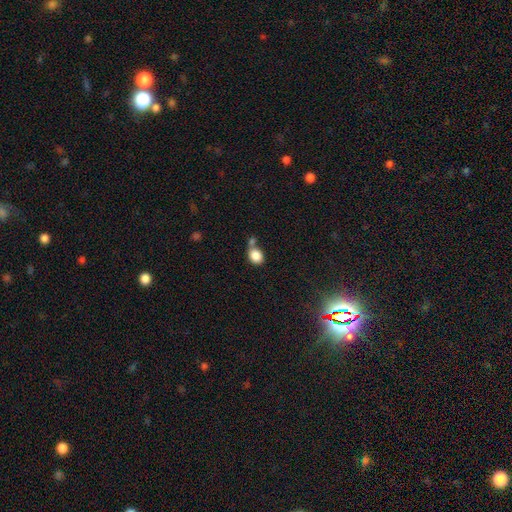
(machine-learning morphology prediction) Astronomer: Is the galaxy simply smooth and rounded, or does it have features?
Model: smooth — 85%.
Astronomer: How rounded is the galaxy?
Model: round — 55% (runner-up: in between, 44%).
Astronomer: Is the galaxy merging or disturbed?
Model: none — 43% (runner-up: merger, 36%).